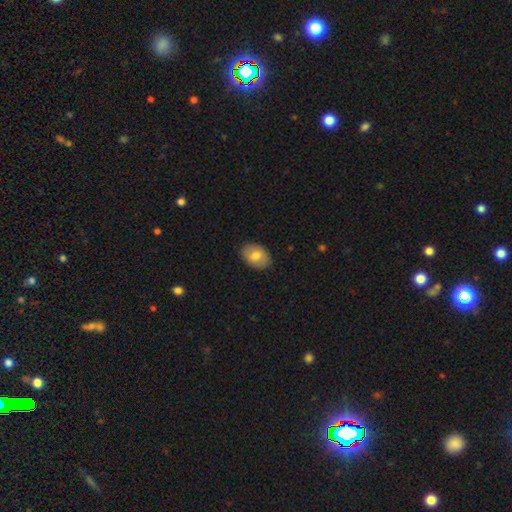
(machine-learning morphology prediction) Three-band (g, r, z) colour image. It shows a smooth galaxy with no disk features (78%) that is in between round and cigar-shaped (83%). Merging: none (87%).